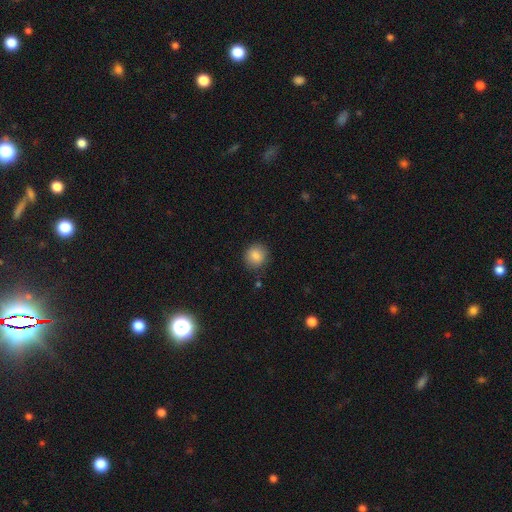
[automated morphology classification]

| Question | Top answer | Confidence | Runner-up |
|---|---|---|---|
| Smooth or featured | smooth | 85% | star or artifact (9%) |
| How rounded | round | 86% | in between (13%) |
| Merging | none | 86% | minor disturbance (10%) |